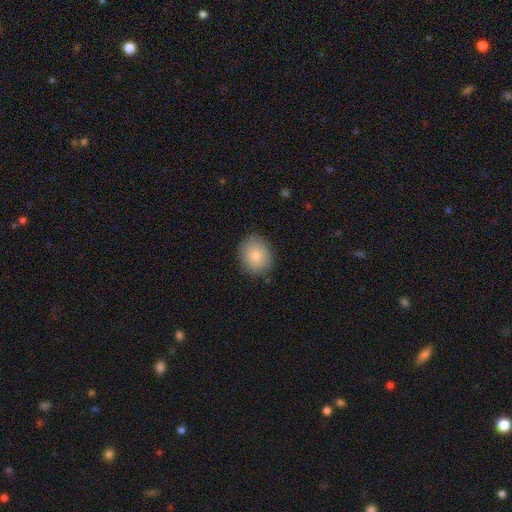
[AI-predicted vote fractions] Smooth or featured? Predicted: smooth (p=0.81). How rounded? Predicted: round (p=0.64). Merging? Predicted: none (p=0.85).